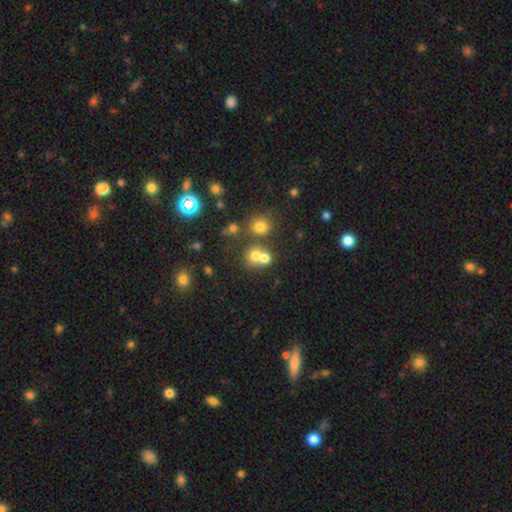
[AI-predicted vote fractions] smooth 67%, star or artifact 18%, featured or disk 14%. Down the decision tree: how rounded — round (77%); merging — merger (45%).